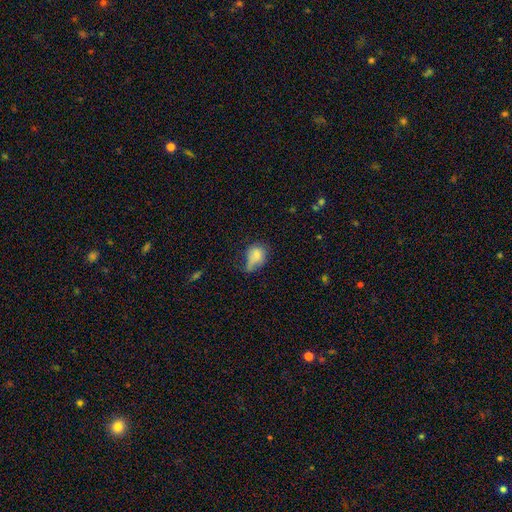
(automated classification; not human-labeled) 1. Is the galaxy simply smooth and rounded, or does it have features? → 73% smooth, 16% featured or disk, 11% star or artifact.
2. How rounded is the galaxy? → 58% in between, 40% round, 2% cigar-shaped.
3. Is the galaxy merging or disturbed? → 35% minor disturbance, 28% major disturbance, 27% none, 11% merger.